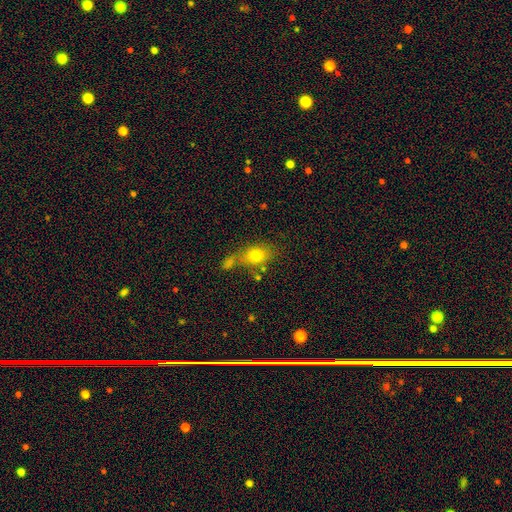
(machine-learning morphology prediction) Q: Smooth or featured?
A: smooth (76%); runner-up: featured or disk (13%)
Q: How rounded?
A: in between (65%); runner-up: round (32%)
Q: Merging?
A: none (51%); runner-up: merger (26%)